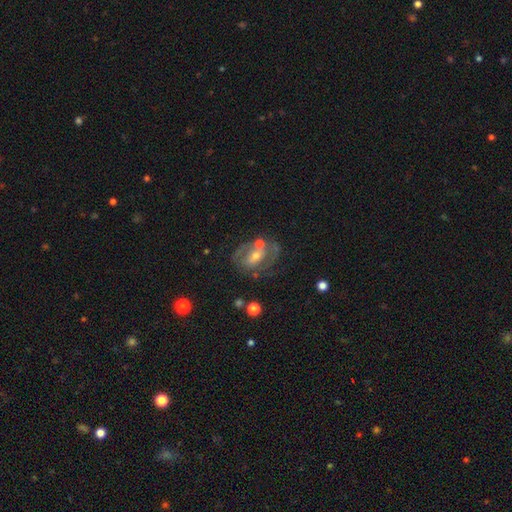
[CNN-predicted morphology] Smooth or featured: featured or disk — 71% (smooth — 20%)
Edge-on disk: no — 96% (yes — 4%)
Bar: no — 47% (weak — 36%)
Spiral arms: yes — 63% (no — 37%)
Bulge size: moderate — 50% (small — 43%)
Merging: none — 53% (minor disturbance — 19%)